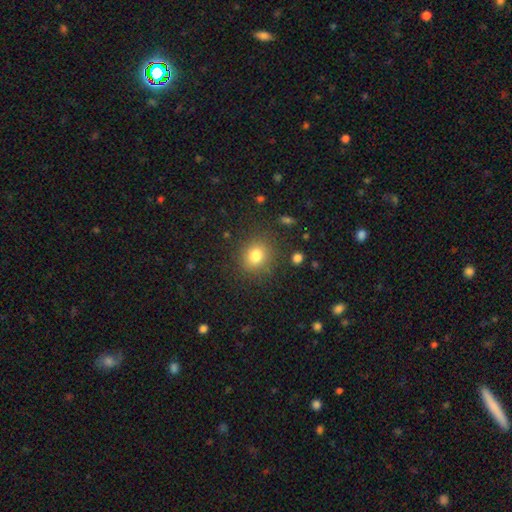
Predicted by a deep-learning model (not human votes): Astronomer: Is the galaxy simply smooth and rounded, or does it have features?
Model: smooth — 79%.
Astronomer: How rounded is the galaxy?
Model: round — 75%.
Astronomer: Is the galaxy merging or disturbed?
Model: none — 85%.